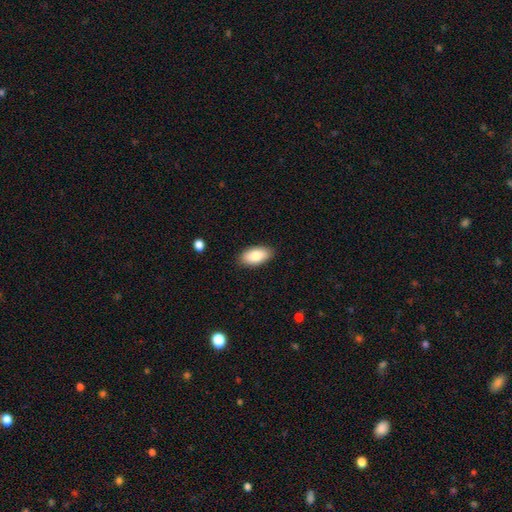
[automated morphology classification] A smooth galaxy with no disk features (82%) that is in between round and cigar-shaped (93%). Merging: none (87%).